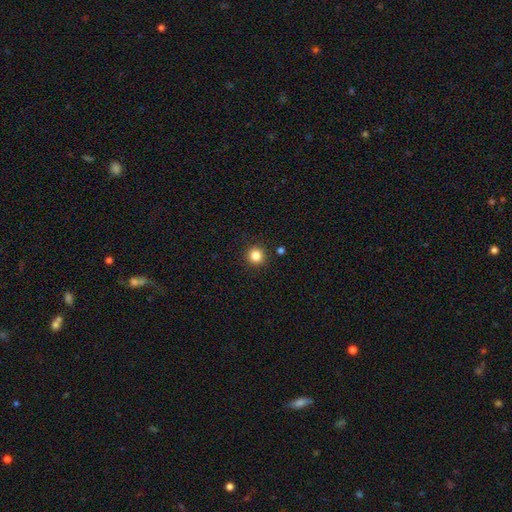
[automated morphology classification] Q: Smooth or featured?
A: smooth (84%); runner-up: star or artifact (12%)
Q: How rounded?
A: round (94%); runner-up: in between (5%)
Q: Merging?
A: none (91%); runner-up: minor disturbance (5%)